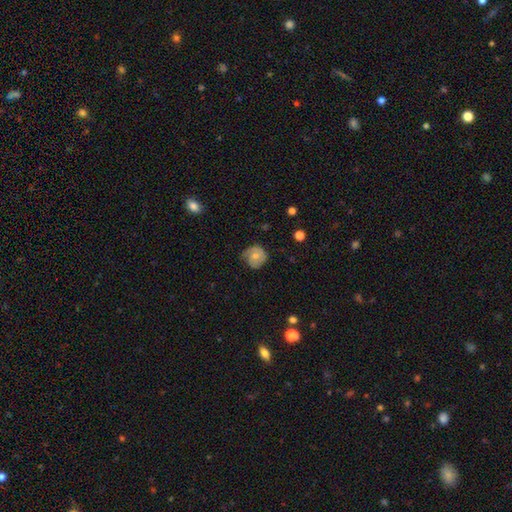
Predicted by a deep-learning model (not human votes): Morphology: type=featured or disk (47%); merging=none (56%).